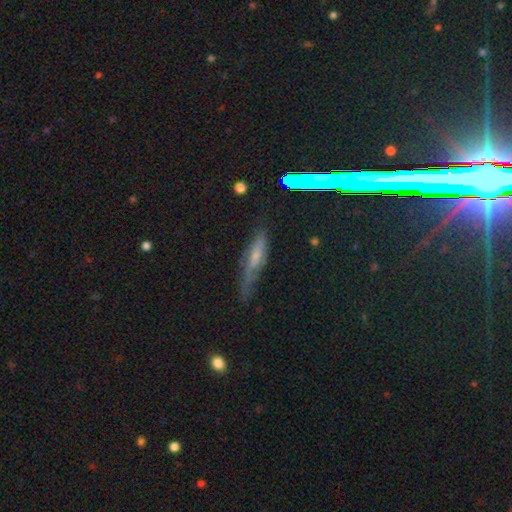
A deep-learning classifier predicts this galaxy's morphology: A featured or disk galaxy (44%).

Vote fractions:
- Smooth or featured? featured or disk: 44% / smooth: 42% / star or artifact: 14%
- Merging? none: 49% / minor disturbance: 32% / major disturbance: 16% / merger: 3%